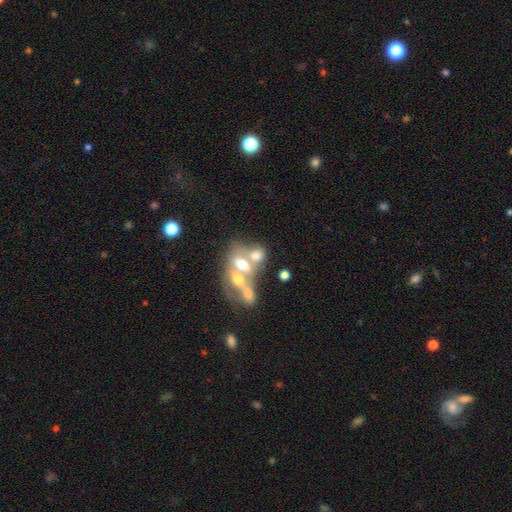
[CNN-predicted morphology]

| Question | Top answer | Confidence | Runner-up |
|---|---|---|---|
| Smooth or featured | smooth | 47% | featured or disk (40%) |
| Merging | merger | 68% | none (16%) |